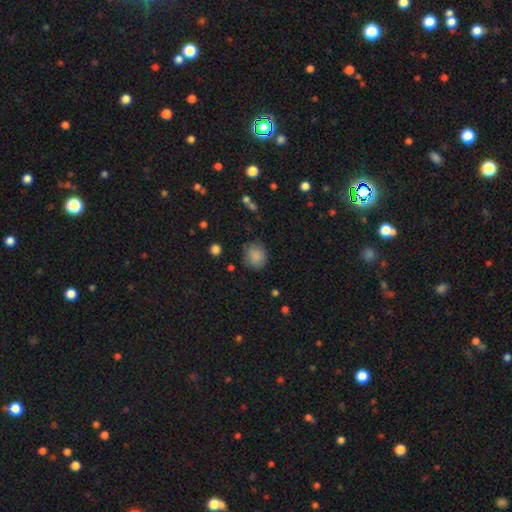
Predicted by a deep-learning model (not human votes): This appears to be a smooth galaxy with no disk features (84%) that is round (84%). Merging: none (77%).